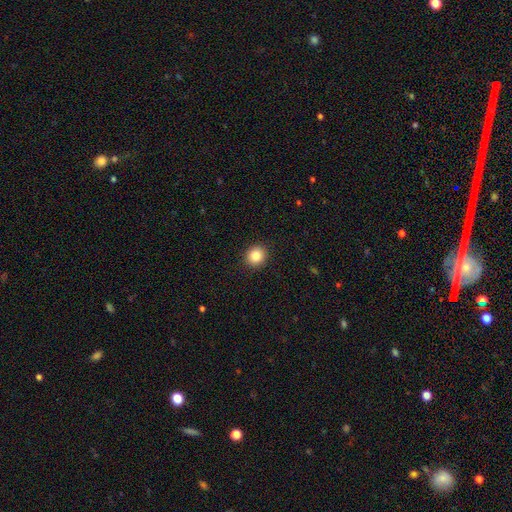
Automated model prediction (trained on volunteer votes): The model was most divided on "how rounded": round: 84%, in between: 15%, cigar-shaped: 1%. More confident: merging — none (92%); smooth or featured — smooth (85%).